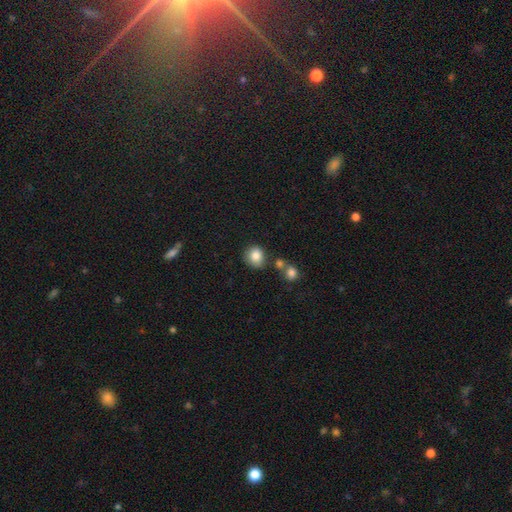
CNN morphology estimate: A smooth galaxy with no disk features (84%) that is round (78%).

Vote fractions:
- Smooth or featured? smooth: 84% / star or artifact: 9% / featured or disk: 6%
- How rounded? round: 78% / in between: 21% / cigar-shaped: 1%
- Merging? none: 69% / minor disturbance: 15% / merger: 12% / major disturbance: 4%